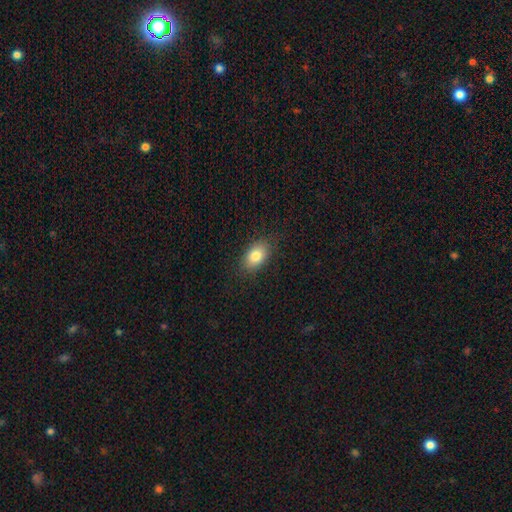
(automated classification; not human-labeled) Smooth or featured?
  - smooth: 82% *
  - featured or disk: 10%
  - star or artifact: 8%
How rounded?
  - in between: 86% *
  - round: 12%
  - cigar-shaped: 2%
Merging?
  - none: 84% *
  - minor disturbance: 12%
  - major disturbance: 3%
  - merger: 1%